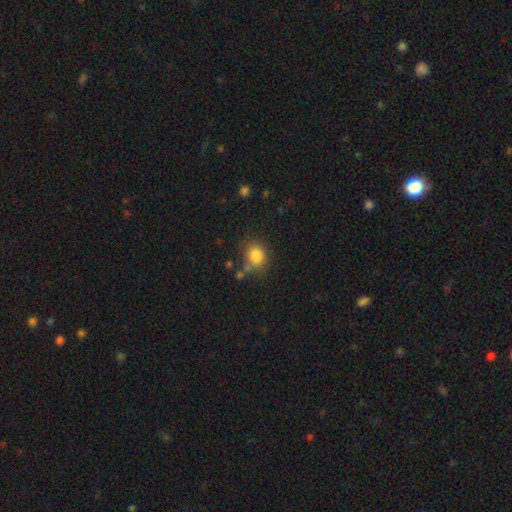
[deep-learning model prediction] Smooth or featured: smooth — 84% (star or artifact — 10%)
How rounded: round — 56% (in between — 43%)
Merging: none — 65% (minor disturbance — 18%)